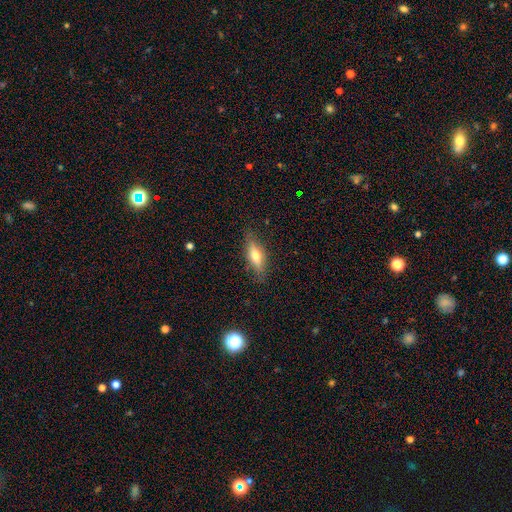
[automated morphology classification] Q: Smooth or featured?
A: smooth (57%); runner-up: featured or disk (36%)
Q: How rounded?
A: in between (59%); runner-up: cigar-shaped (38%)
Q: Merging?
A: none (82%); runner-up: minor disturbance (14%)